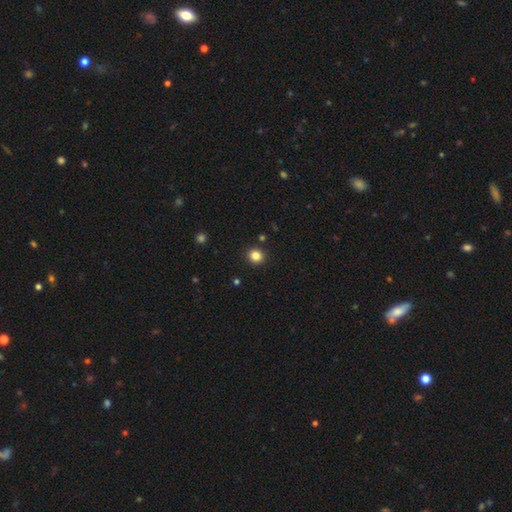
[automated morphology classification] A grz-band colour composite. It shows a smooth galaxy with no disk features (84%) that is round (90%). Merging: none (92%).